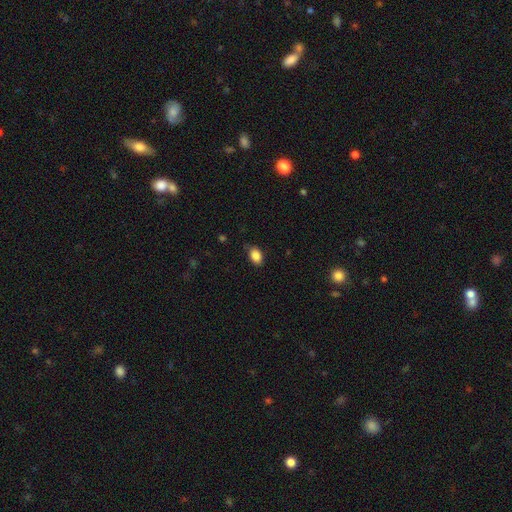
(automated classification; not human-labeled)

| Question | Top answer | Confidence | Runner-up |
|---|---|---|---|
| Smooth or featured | smooth | 86% | star or artifact (8%) |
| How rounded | in between | 83% | round (16%) |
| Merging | none | 78% | minor disturbance (17%) |